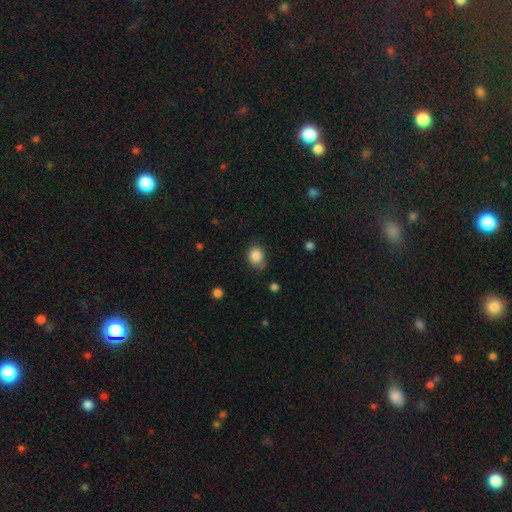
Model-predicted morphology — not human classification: Q: Smooth or featured?
A: smooth (86%); runner-up: star or artifact (9%)
Q: How rounded?
A: round (61%); runner-up: in between (39%)
Q: Merging?
A: none (70%); runner-up: minor disturbance (23%)